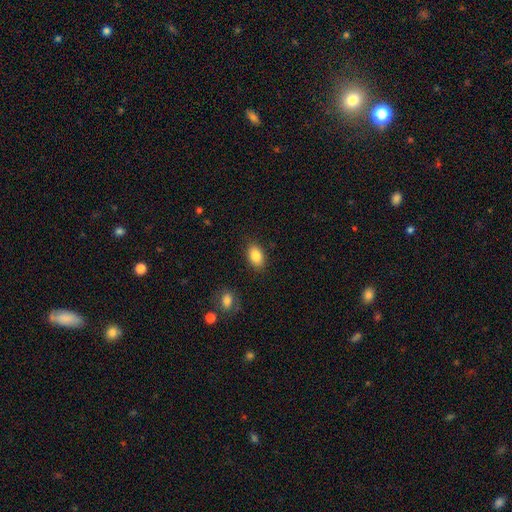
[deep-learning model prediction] Overall: smooth (85%). How rounded: in between (89%). Merging: none (86%).